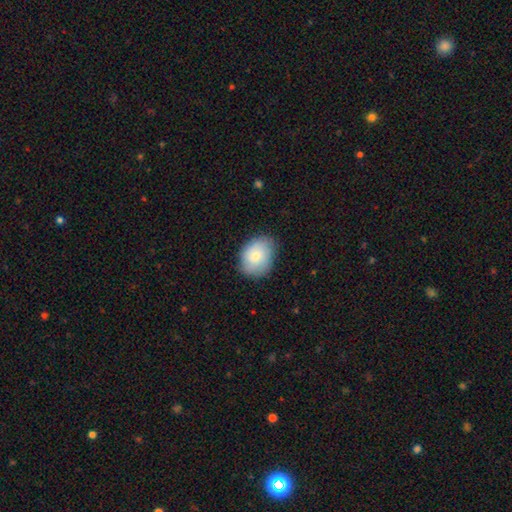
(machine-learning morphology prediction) A smooth galaxy with no disk features (76%) that is in between round and cigar-shaped (64%).

Vote fractions:
- Smooth or featured? smooth: 76% / featured or disk: 17% / star or artifact: 7%
- How rounded? in between: 64% / round: 35% / cigar-shaped: 1%
- Merging? none: 78% / minor disturbance: 17% / major disturbance: 4% / merger: 1%